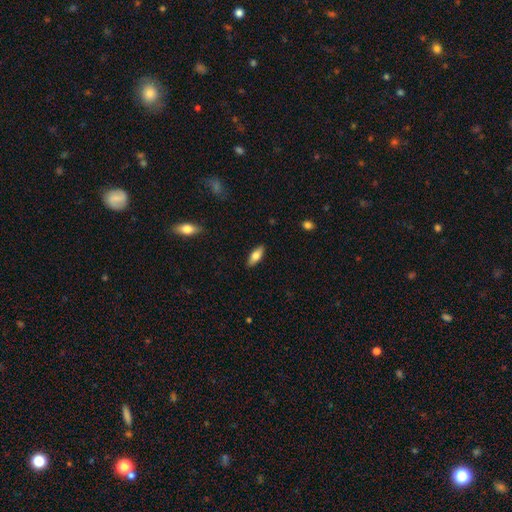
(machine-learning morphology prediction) smooth_or_featured: smooth (p=0.73) [alt: featured or disk p=0.21]
how_rounded: in between (p=0.75) [alt: cigar-shaped p=0.22]
merging: none (p=0.88) [alt: minor disturbance p=0.09]